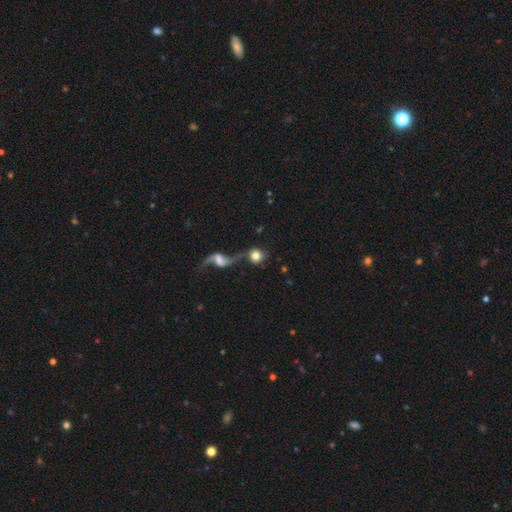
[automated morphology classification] smooth 70%, featured or disk 21%, star or artifact 9%. Down the decision tree: how rounded — round (86%); merging — merger (47%).